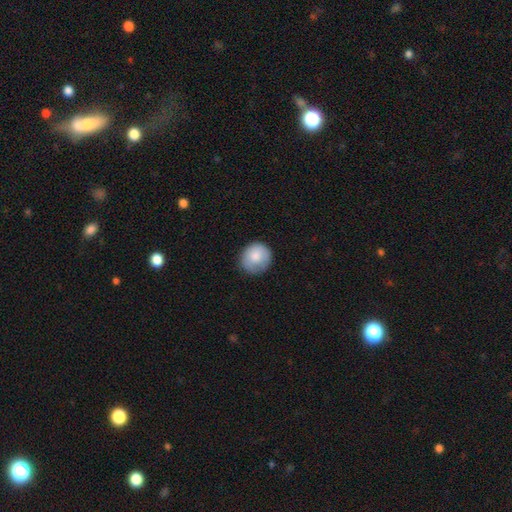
Morphology: type=smooth (86%); roundness=round (94%); merging=none (85%).